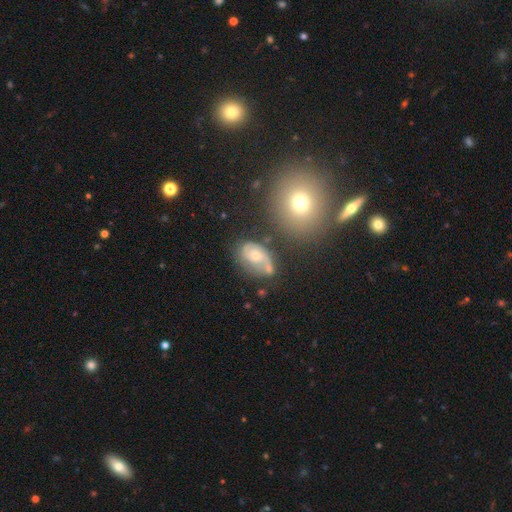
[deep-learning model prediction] smooth-or-featured: featured or disk: 69% | smooth: 22% | star or artifact: 8%
  disk-edge-on: no: 97% | yes: 3%
    bar: no: 67% | weak: 28% | strong: 4%
    has-spiral-arms: yes: 88% | no: 12%
      spiral-winding: medium: 43% | tight: 40% | loose: 17%
      spiral-arm-count: 2: 58% | can't tell: 18% | 1: 15% | 3: 6% | 4: 2% | more than 4: 2%
    bulge-size: moderate: 46% (tied) | small: 46% (tied) | large: 4% | none: 3% | dominant: 1%
  merging: none: 50% | minor disturbance: 24% | major disturbance: 14% | merger: 12%